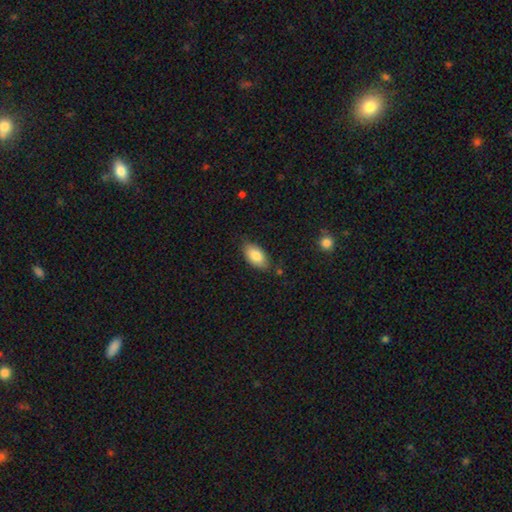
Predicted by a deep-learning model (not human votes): This is clearly a smooth galaxy (84%). How rounded: clearly in between (93%). Merging: likely none (77%).